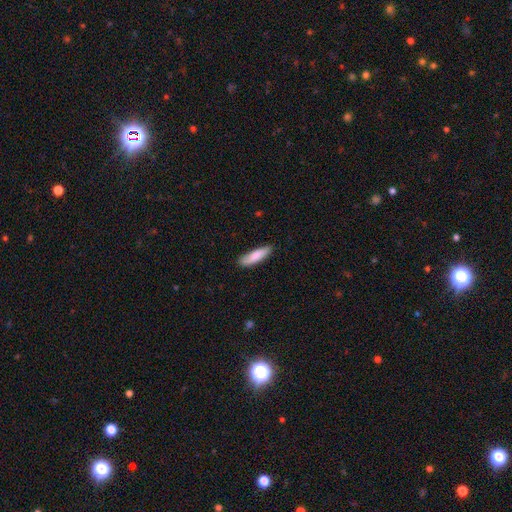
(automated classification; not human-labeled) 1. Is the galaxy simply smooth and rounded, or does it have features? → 83% smooth, 12% featured or disk, 5% star or artifact.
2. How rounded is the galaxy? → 66% cigar-shaped, 33% in between, 1% round.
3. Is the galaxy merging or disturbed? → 84% none, 13% minor disturbance, 2% major disturbance, 1% merger.